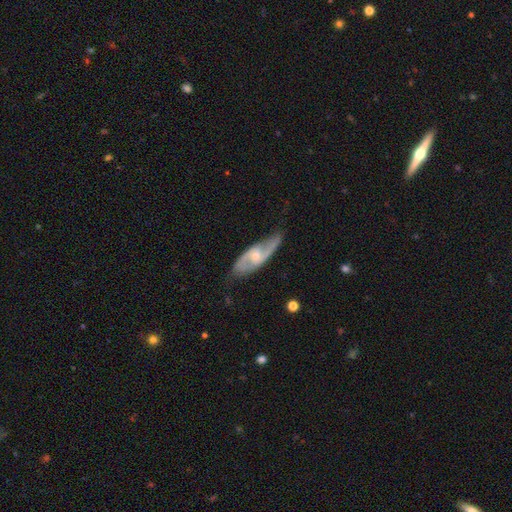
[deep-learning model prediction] This appears to be a featured or disk galaxy (81%) with no bar (46%), 2 (86%) medium (44%) spiral arms (93%) and a small central bulge (54%). Merging: none (70%).